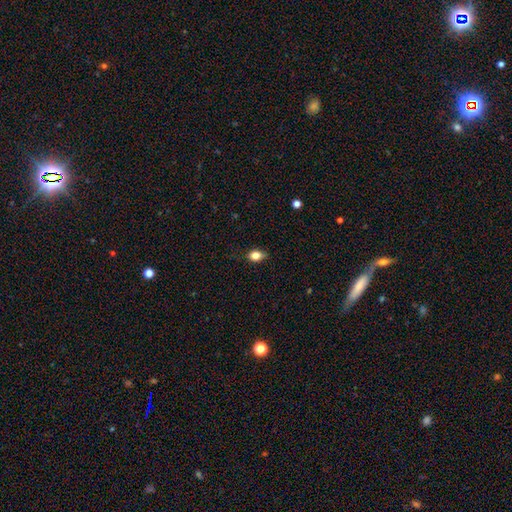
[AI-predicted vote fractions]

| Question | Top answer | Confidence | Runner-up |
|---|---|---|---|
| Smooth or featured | smooth | 81% | star or artifact (10%) |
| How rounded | in between | 65% | round (33%) |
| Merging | none | 77% | minor disturbance (19%) |